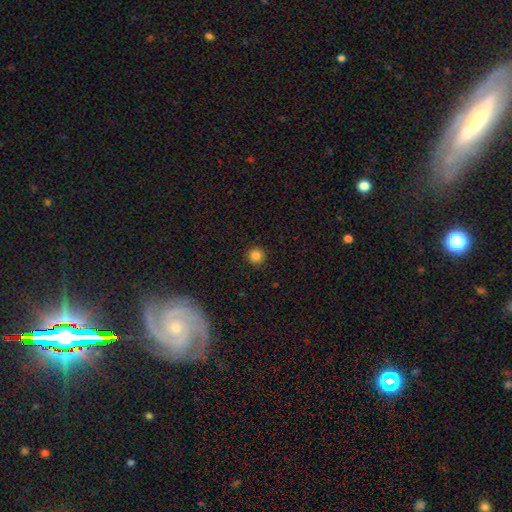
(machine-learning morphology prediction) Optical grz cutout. It shows a smooth galaxy with no disk features (84%) that is round (95%). Merging: none (92%).